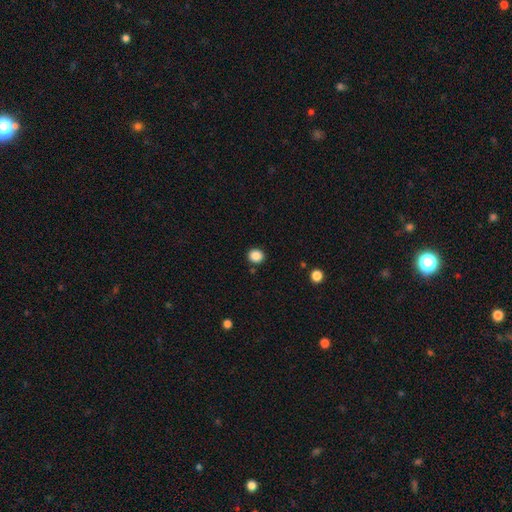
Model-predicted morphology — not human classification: smooth-or-featured: smooth: 87% | star or artifact: 10% | featured or disk: 3%
  how-rounded: round: 80% | in between: 19% | cigar-shaped: 1%
  merging: none: 89% | minor disturbance: 7% | merger: 2% | major disturbance: 2%